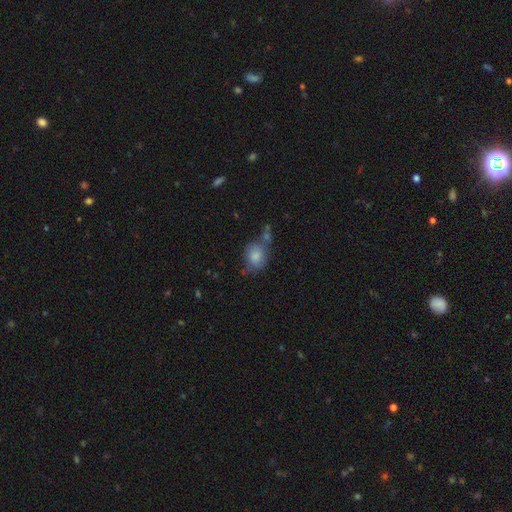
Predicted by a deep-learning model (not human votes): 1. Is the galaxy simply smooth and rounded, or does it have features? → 83% smooth, 9% featured or disk, 8% star or artifact.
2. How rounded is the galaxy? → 53% round, 46% in between, 1% cigar-shaped.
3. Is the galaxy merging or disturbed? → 53% none, 21% minor disturbance, 19% merger, 8% major disturbance.